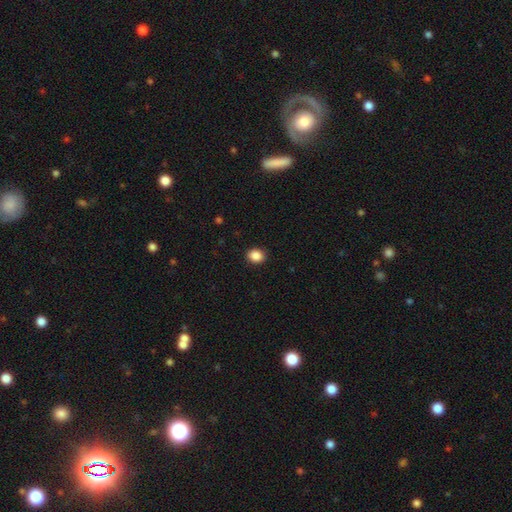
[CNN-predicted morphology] Smooth or featured? smooth (88%)
How rounded? round (64%)
Merging? none (90%)